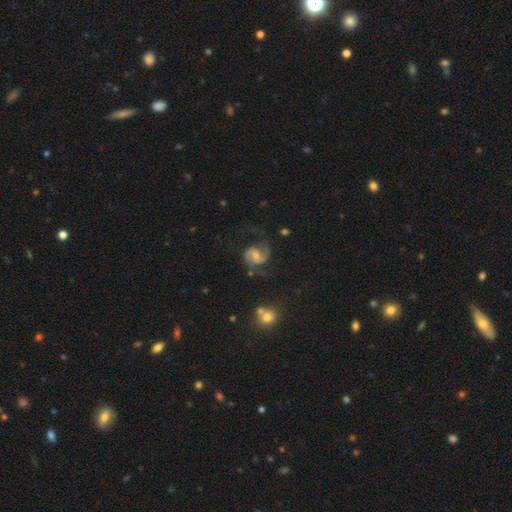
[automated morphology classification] Q: Smooth or featured?
A: featured or disk (84%); runner-up: smooth (10%)
Q: Edge-on disk?
A: no (98%); runner-up: yes (2%)
Q: Bar?
A: weak (47%); runner-up: no (39%)
Q: Spiral arms?
A: yes (96%); runner-up: no (4%)
Q: Spiral winding?
A: medium (54%); runner-up: loose (25%)
Q: Spiral arm count?
A: 2 (88%); runner-up: 1 (5%)
Q: Bulge size?
A: moderate (57%); runner-up: small (35%)
Q: Merging?
A: none (63%); runner-up: minor disturbance (20%)